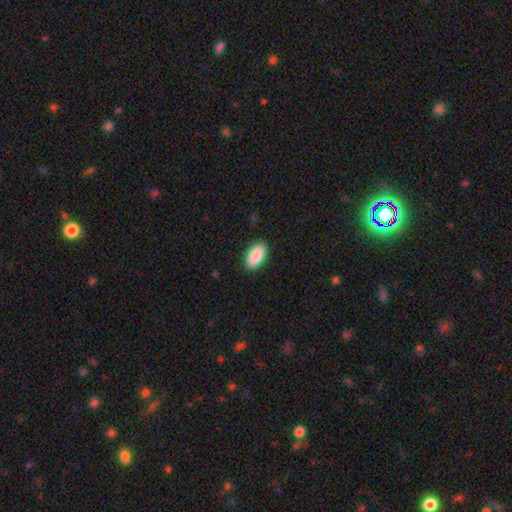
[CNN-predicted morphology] Overall: smooth (90%). How rounded: in between (93%). Merging: none (89%).